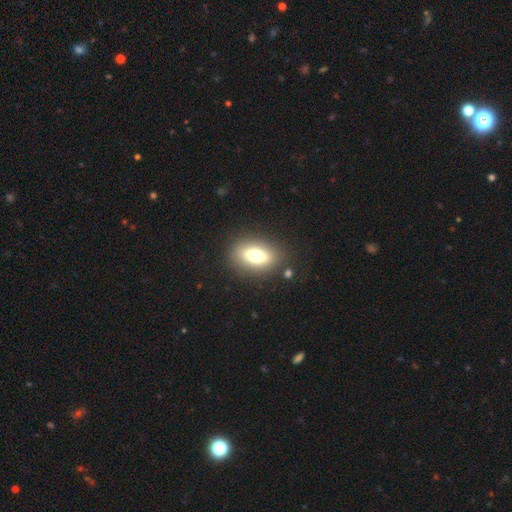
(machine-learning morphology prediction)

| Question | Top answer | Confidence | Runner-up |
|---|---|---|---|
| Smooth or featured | smooth | 68% | featured or disk (22%) |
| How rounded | in between | 78% | round (11%) |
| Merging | none | 84% | minor disturbance (9%) |